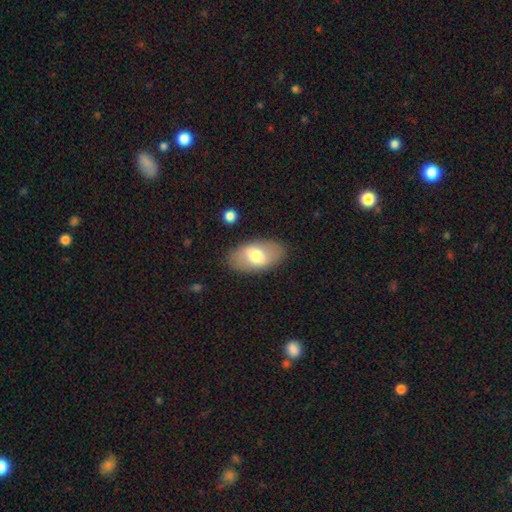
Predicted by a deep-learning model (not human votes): Smooth or featured? Predicted: smooth (p=0.62). How rounded? Predicted: in between (p=0.93). Merging? Predicted: none (p=0.84).